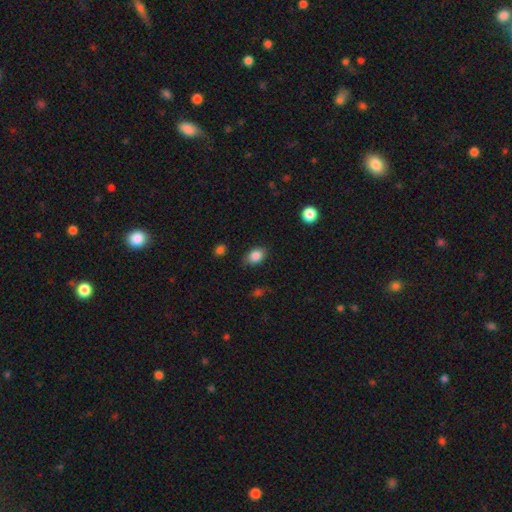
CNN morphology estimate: smooth 86%, star or artifact 9%, featured or disk 5%. Down the decision tree: how rounded — in between (76%); merging — none (79%).